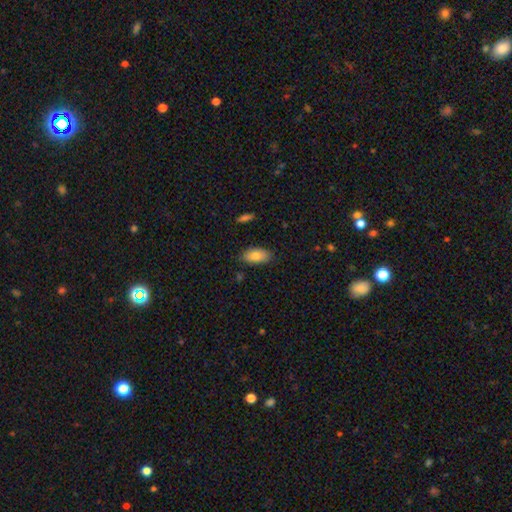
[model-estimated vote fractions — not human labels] Overall: smooth (83%). How rounded: in between (91%). Merging: none (84%).